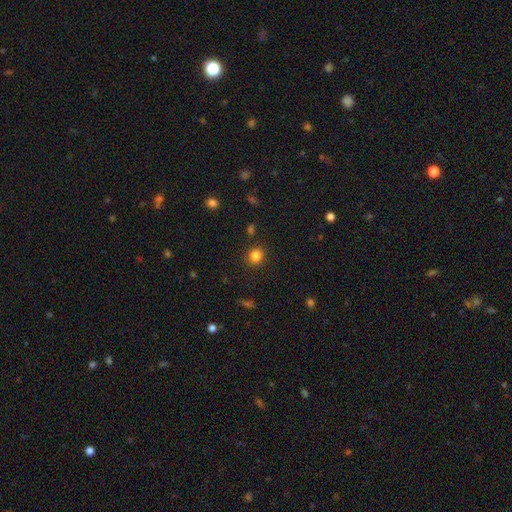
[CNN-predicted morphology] Smooth or featured: smooth — 83% (star or artifact — 12%)
How rounded: round — 86% (in between — 13%)
Merging: none — 89% (minor disturbance — 7%)